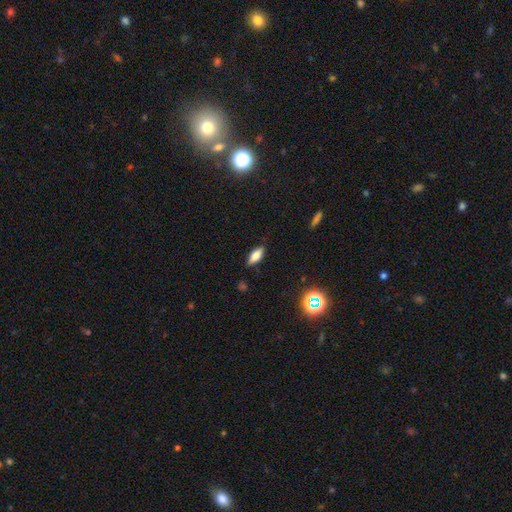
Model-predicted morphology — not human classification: This is likely a smooth galaxy (69%). How rounded: likely in between (74%). Merging: clearly none (85%).